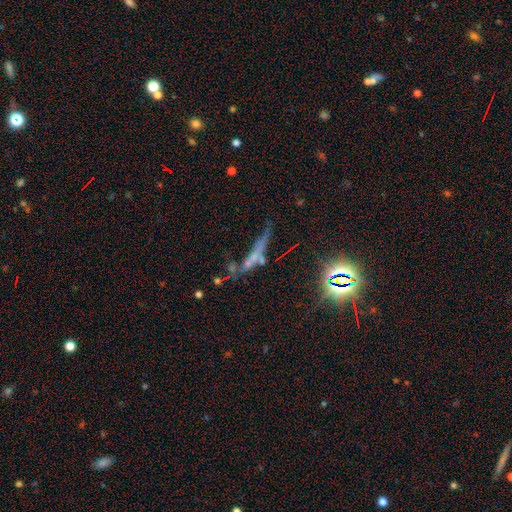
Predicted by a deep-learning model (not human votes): smooth-or-featured: featured or disk: 37% | smooth: 35% | star or artifact: 28%
  merging: none: 37% | merger: 25% | major disturbance: 19% | minor disturbance: 18%